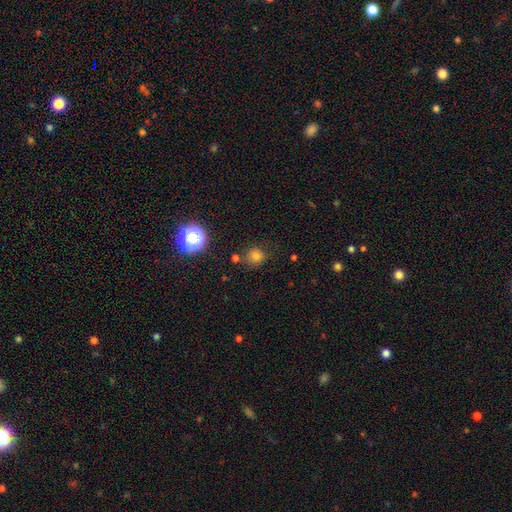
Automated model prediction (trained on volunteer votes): This is likely a smooth galaxy (74%). How rounded: clearly round (86%). Merging: likely none (74%).